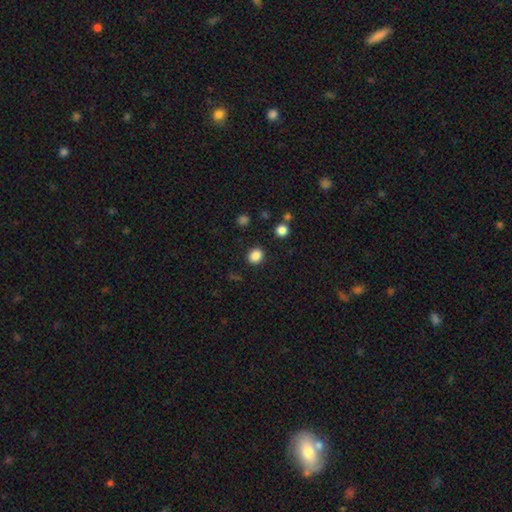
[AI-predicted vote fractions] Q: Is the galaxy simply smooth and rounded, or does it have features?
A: smooth — 86%.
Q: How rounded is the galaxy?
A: round — 72%.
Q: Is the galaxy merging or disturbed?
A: none — 89%.